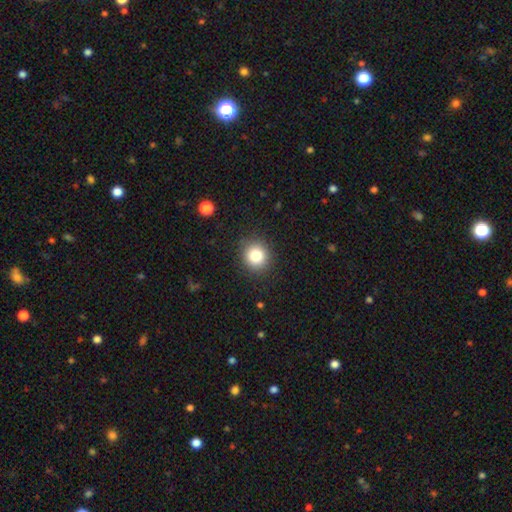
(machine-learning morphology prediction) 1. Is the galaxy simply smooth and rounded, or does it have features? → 82% smooth, 11% star or artifact, 7% featured or disk.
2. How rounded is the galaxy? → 87% round, 12% in between, 1% cigar-shaped.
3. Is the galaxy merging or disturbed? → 89% none, 7% minor disturbance, 3% major disturbance, 1% merger.